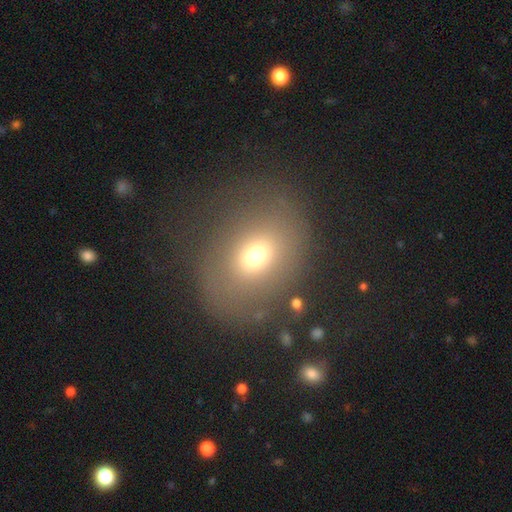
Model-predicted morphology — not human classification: Smooth or featured: smooth — 64% (featured or disk — 21%)
How rounded: round — 52% (in between — 47%)
Merging: none — 66% (minor disturbance — 16%)